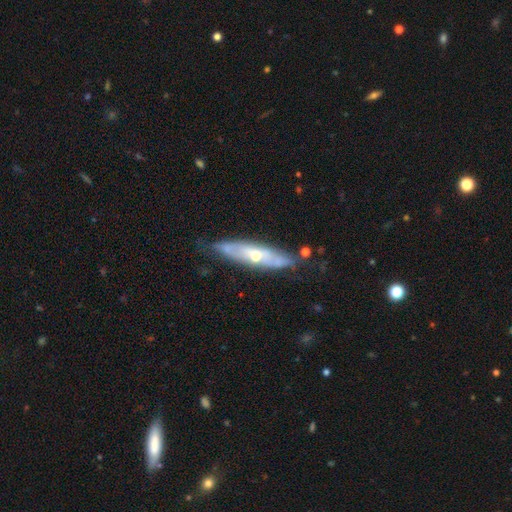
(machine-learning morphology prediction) This appears to be a featured or disk galaxy (68%). Merging: none (71%).